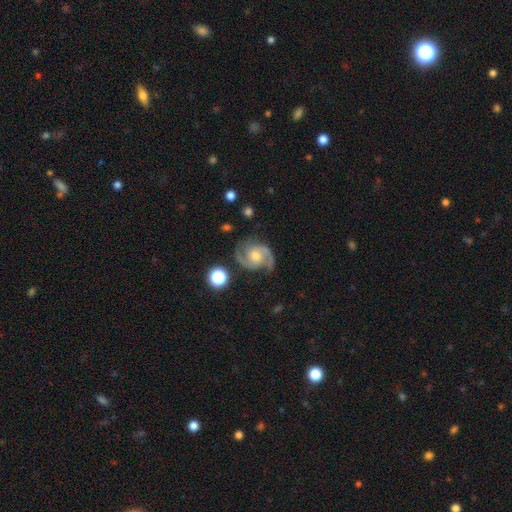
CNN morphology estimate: A featured or disk galaxy (90%) with no bar (61%), 2 (93%) medium (58%) spiral arms (98%) and a moderate central bulge (60%). Merging: none (79%).